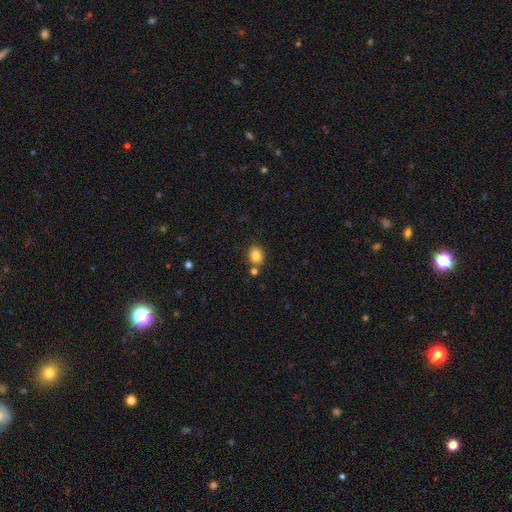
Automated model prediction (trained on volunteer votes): smooth 85%, star or artifact 10%, featured or disk 6%. Down the decision tree: how rounded — in between (53%); merging — none (74%).